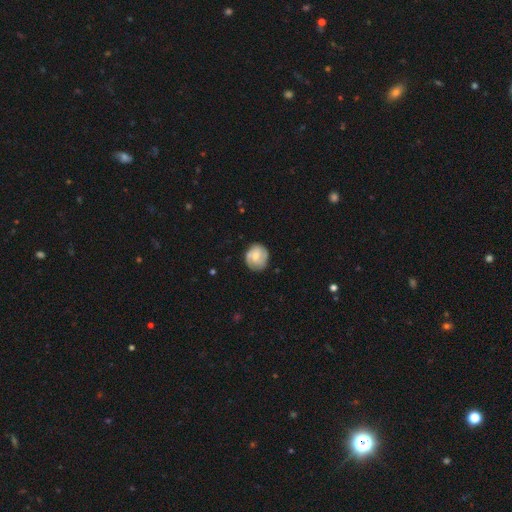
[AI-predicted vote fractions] A featured or disk galaxy (57%) with no bar (57%), spiral arms (87%) and a moderate central bulge (50%).

Vote fractions:
- Smooth or featured? featured or disk: 57% / smooth: 36% / star or artifact: 6%
- Edge-on disk? no: 98% / yes: 2%
- Bar? no: 57% / weak: 37% / strong: 6%
- Spiral arms? yes: 87% / no: 13%
- Bulge size? moderate: 50% / small: 42% / none: 4% / large: 3% / dominant: 1%
- Merging? none: 78% / minor disturbance: 17% / major disturbance: 4% / merger: 1%